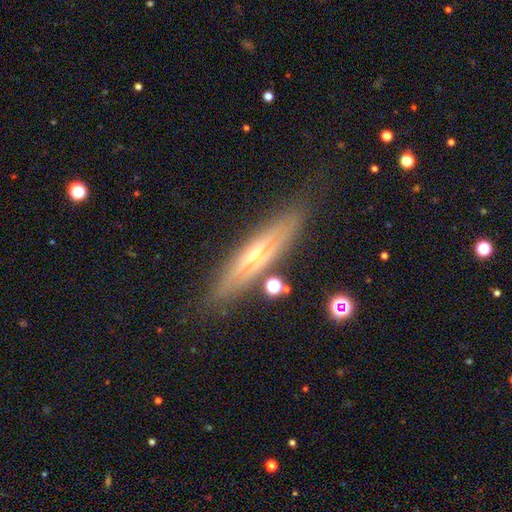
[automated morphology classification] Smooth or featured? Predicted: featured or disk (p=0.69). Edge-on disk? Predicted: yes (p=0.91). Edge-on bulge? Predicted: rounded (p=0.75). Merging? Predicted: none (p=0.83).